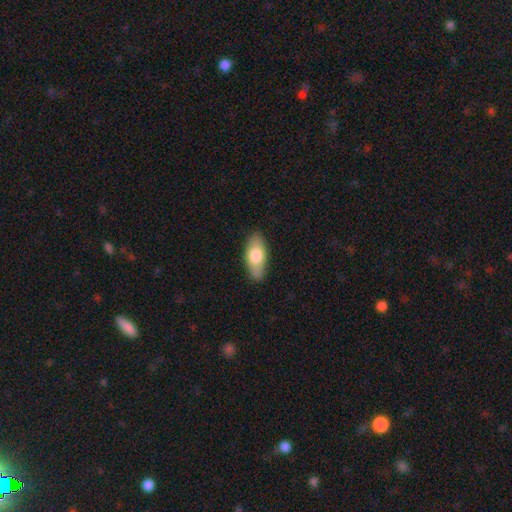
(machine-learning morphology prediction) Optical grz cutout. It shows a smooth galaxy with no disk features (73%) that is in between round and cigar-shaped (84%). Merging: none (83%).